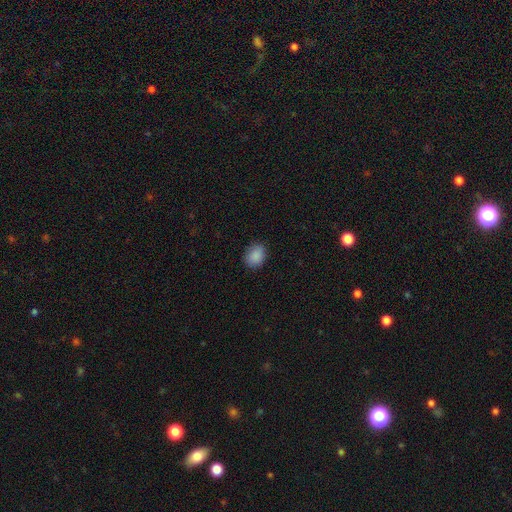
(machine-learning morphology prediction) The model was most divided on "how rounded": in between: 61%, round: 38%, cigar-shaped: 1%. More confident: smooth or featured — smooth (89%); merging — none (86%).